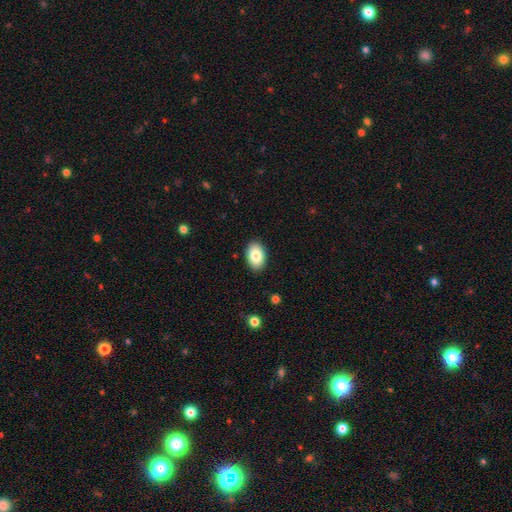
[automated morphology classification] A smooth galaxy with no disk features (86%) that is in between round and cigar-shaped (91%).

Vote fractions:
- Smooth or featured? smooth: 86% / featured or disk: 8% / star or artifact: 7%
- How rounded? in between: 91% / round: 8% / cigar-shaped: 1%
- Merging? none: 89% / minor disturbance: 8% / major disturbance: 2% / merger: 1%